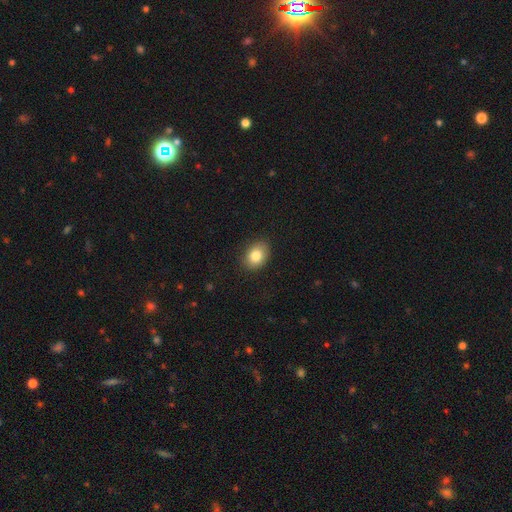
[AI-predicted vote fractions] Smooth or featured?
  - smooth: 83% *
  - star or artifact: 9%
  - featured or disk: 8%
How rounded?
  - in between: 65% *
  - round: 34%
  - cigar-shaped: 1%
Merging?
  - none: 85% *
  - minor disturbance: 12%
  - major disturbance: 3%
  - merger: 1%